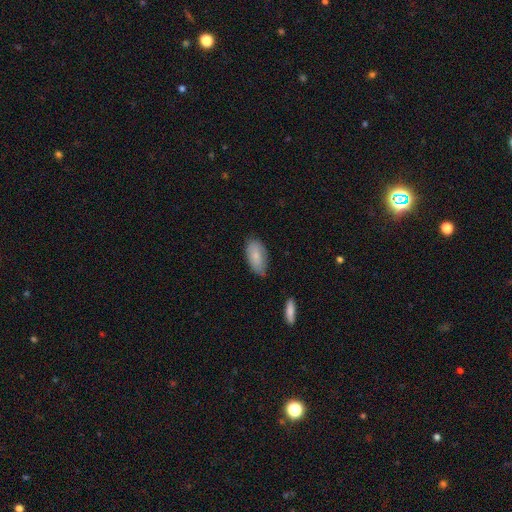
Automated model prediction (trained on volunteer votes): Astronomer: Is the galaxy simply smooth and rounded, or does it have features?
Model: smooth — 80%.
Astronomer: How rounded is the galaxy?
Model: in between — 92%.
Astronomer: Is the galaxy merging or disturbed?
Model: none — 70%.